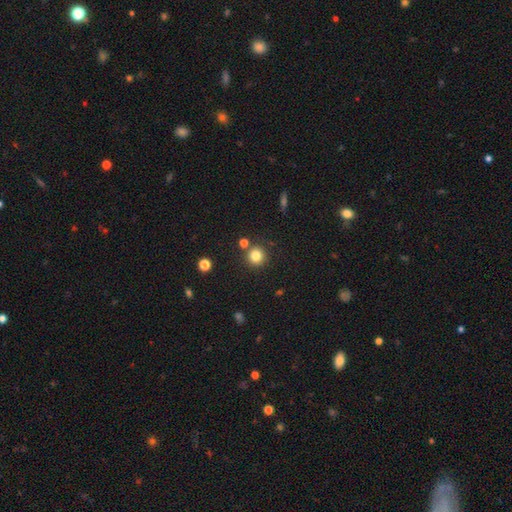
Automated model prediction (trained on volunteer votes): smooth 82%, star or artifact 12%, featured or disk 6%. Down the decision tree: how rounded — round (94%); merging — none (85%).